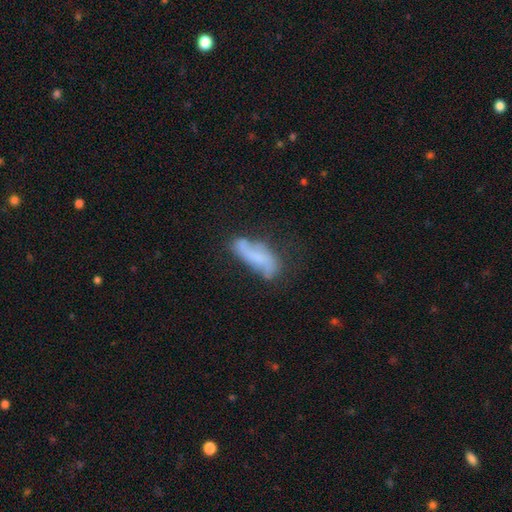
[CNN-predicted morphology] A smooth galaxy with no disk features (46%).

Vote fractions:
- Smooth or featured? smooth: 46% / featured or disk: 44% / star or artifact: 10%
- Merging? none: 46% / minor disturbance: 28% / major disturbance: 16% / merger: 10%